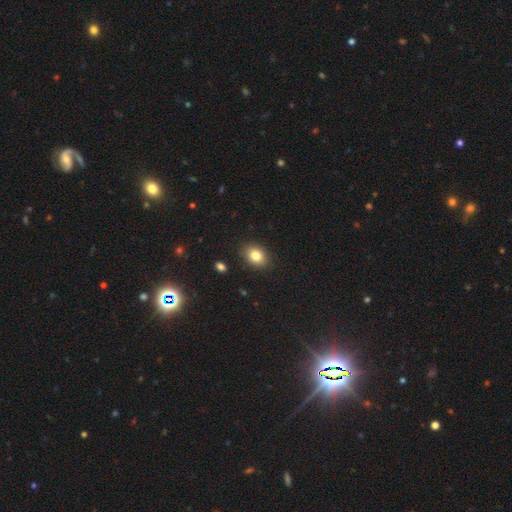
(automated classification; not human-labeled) This appears to be a smooth galaxy with no disk features (83%) that is in between round and cigar-shaped (65%). Merging: none (87%).